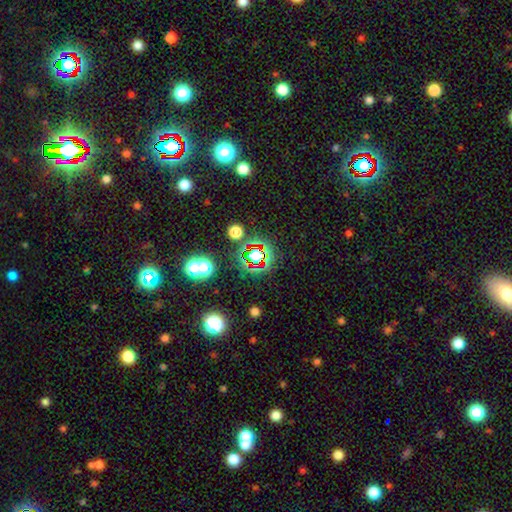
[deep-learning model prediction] Overall: star or artifact (67%).